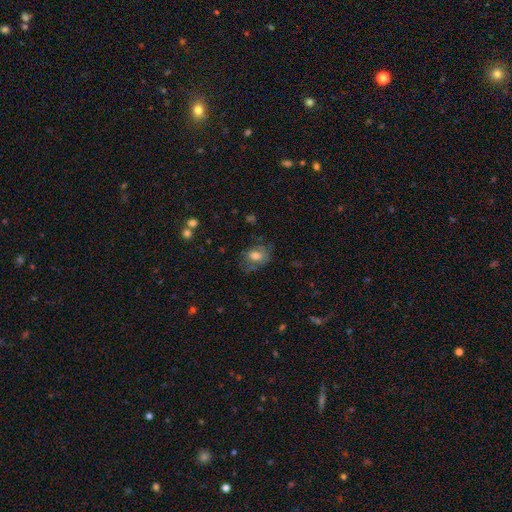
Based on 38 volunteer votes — Q: Smooth or featured?
A: smooth (63%); runner-up: featured or disk (34%)
Q: How rounded?
A: in between (79%); runner-up: round (21%)
Q: Merging?
A: none (65%); runner-up: major disturbance (19%)